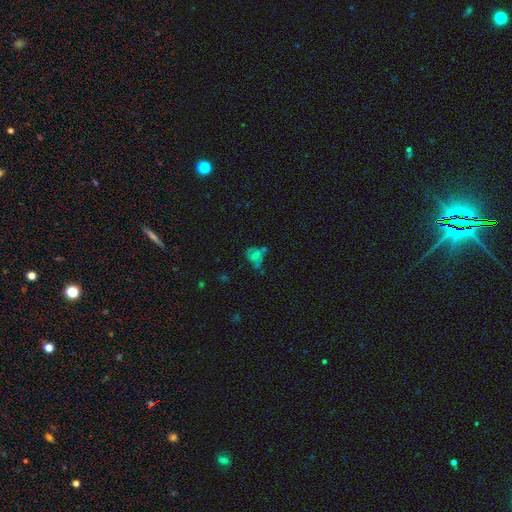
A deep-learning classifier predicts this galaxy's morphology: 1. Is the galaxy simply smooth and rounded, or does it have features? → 43% smooth, 36% featured or disk, 21% star or artifact.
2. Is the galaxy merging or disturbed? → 39% none, 26% minor disturbance, 21% major disturbance, 15% merger.